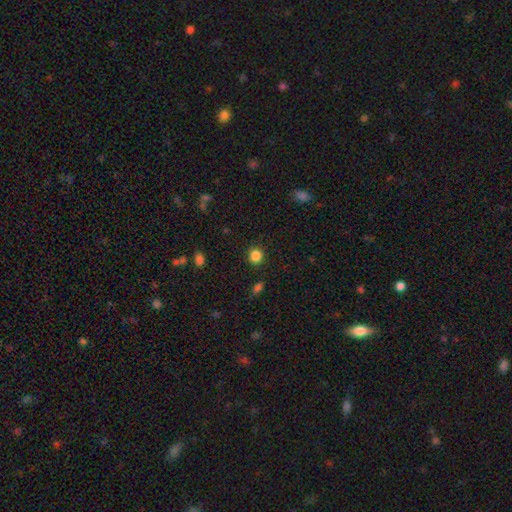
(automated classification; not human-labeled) Smooth or featured? Predicted: smooth (p=0.85). How rounded? Predicted: round (p=0.86). Merging? Predicted: none (p=0.89).